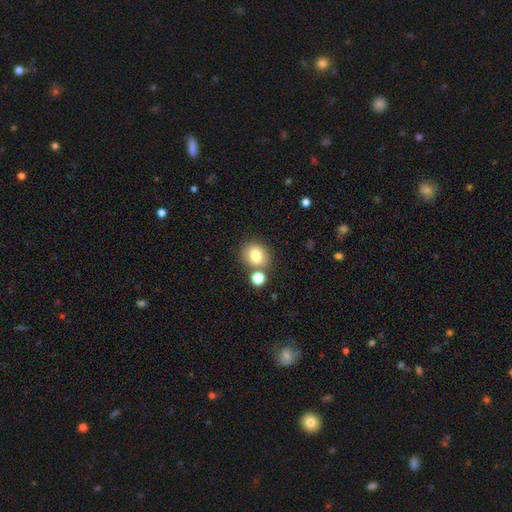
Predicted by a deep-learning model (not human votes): smooth 79%, star or artifact 10%, featured or disk 10%. Down the decision tree: how rounded — round (60%); merging — none (67%).